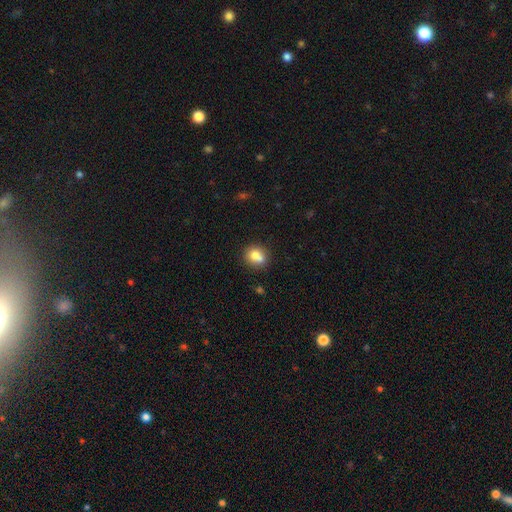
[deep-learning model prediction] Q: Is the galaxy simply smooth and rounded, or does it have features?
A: smooth — 78%.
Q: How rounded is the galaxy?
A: round — 62%.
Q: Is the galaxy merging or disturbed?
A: none — 55%.